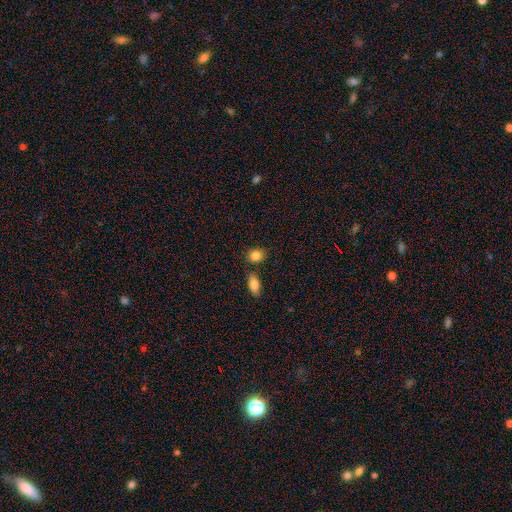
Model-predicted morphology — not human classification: Smooth or featured: smooth — 86% (star or artifact — 9%)
How rounded: round — 55% (in between — 43%)
Merging: none — 73% (minor disturbance — 12%)